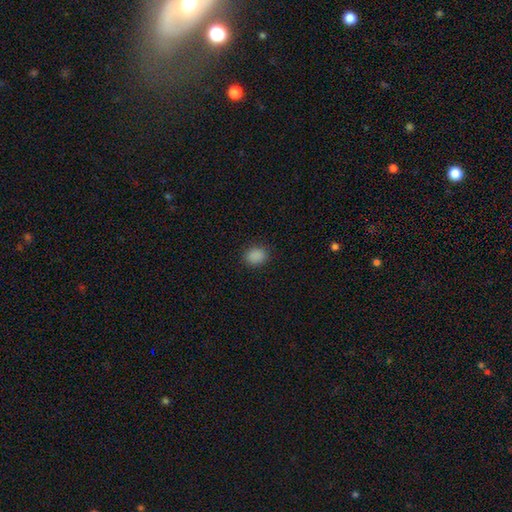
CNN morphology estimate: A smooth galaxy with no disk features (87%) that is round (52%).

Vote fractions:
- Smooth or featured? smooth: 87% / star or artifact: 11% / featured or disk: 2%
- How rounded? round: 52% / in between: 47% / cigar-shaped: 1%
- Merging? none: 88% / minor disturbance: 9% / major disturbance: 3% / merger: 1%